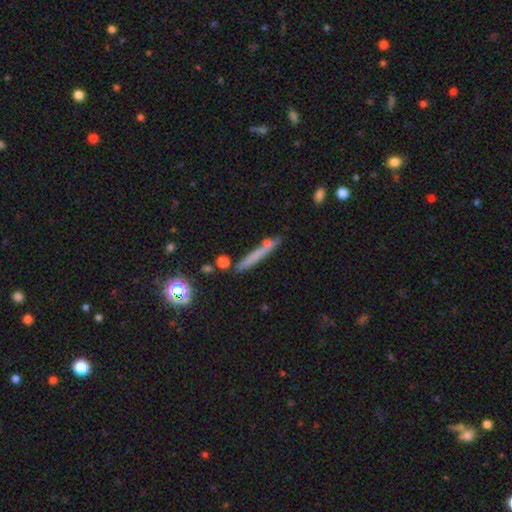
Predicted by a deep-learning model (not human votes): smooth 59%, featured or disk 29%, star or artifact 12%. Down the decision tree: how rounded — cigar-shaped (93%); merging — none (75%).